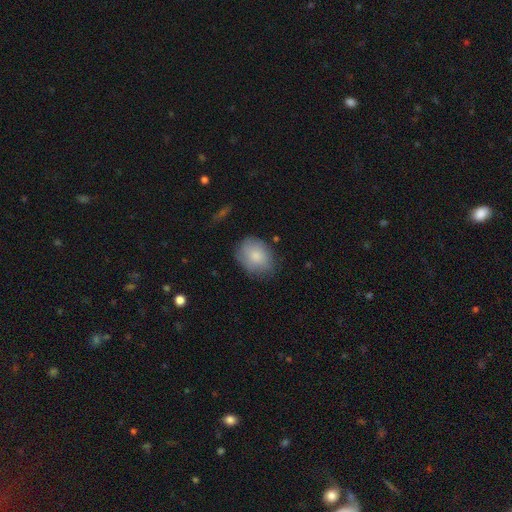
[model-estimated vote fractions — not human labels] A smooth galaxy with no disk features (82%) that is in between round and cigar-shaped (60%).

Vote fractions:
- Smooth or featured? smooth: 82% / featured or disk: 12% / star or artifact: 6%
- How rounded? in between: 60% / round: 39% / cigar-shaped: 1%
- Merging? none: 72% / minor disturbance: 21% / major disturbance: 5% / merger: 2%